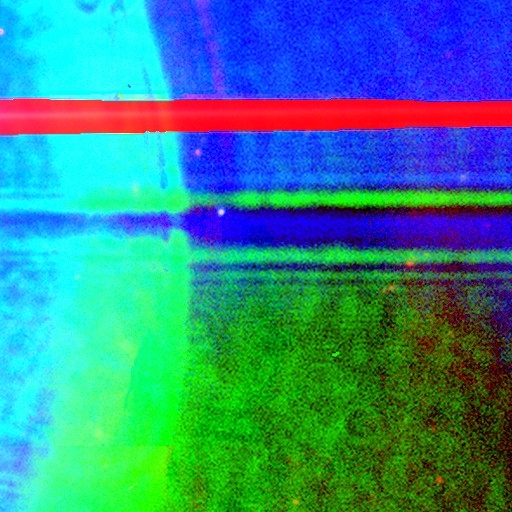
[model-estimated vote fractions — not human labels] Smooth or featured? Predicted: star or artifact (p=0.82).